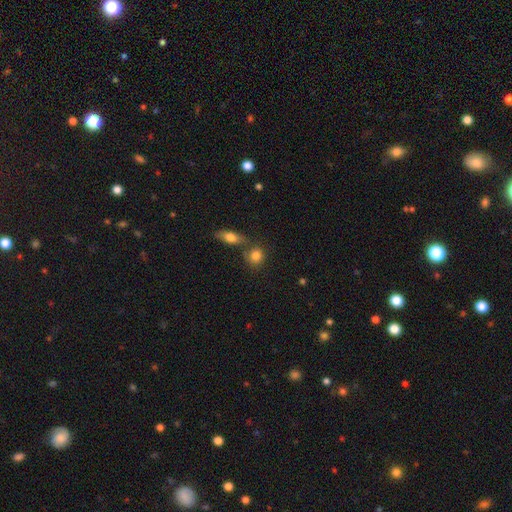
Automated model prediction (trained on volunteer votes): A smooth galaxy with no disk features (82%) that is round (75%).

Vote fractions:
- Smooth or featured? smooth: 82% / star or artifact: 9% / featured or disk: 9%
- How rounded? round: 75% / in between: 22% / cigar-shaped: 3%
- Merging? none: 62% / merger: 24% / minor disturbance: 10% / major disturbance: 3%